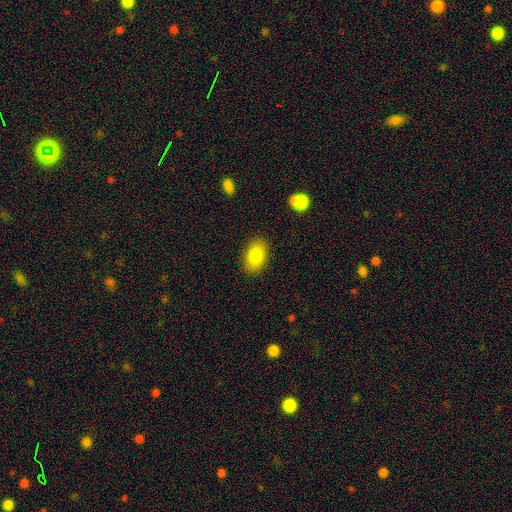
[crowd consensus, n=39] This appears to be a smooth galaxy with no disk features (79%) that is in between round and cigar-shaped (97%). Merging: none (77%).